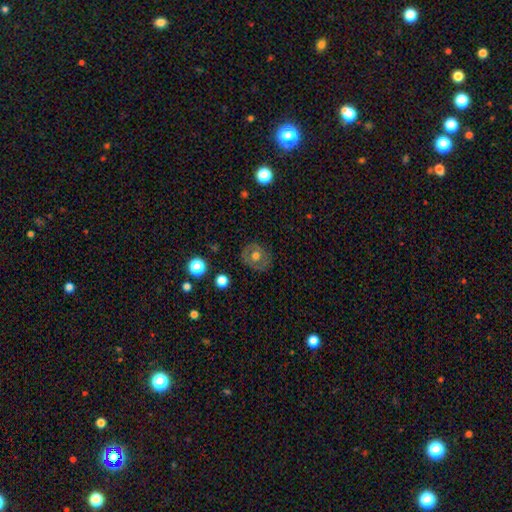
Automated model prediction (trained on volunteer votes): A smooth galaxy with no disk features (54%) that is round (72%).

Vote fractions:
- Smooth or featured? smooth: 54% / featured or disk: 37% / star or artifact: 9%
- How rounded? round: 72% / in between: 27% / cigar-shaped: 1%
- Merging? none: 81% / minor disturbance: 13% / major disturbance: 4% / merger: 1%